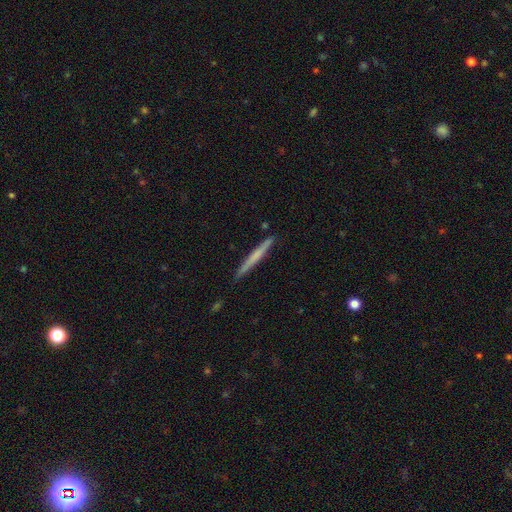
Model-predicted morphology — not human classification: Smooth or featured? smooth (53%)
How rounded? cigar-shaped (97%)
Merging? none (90%)